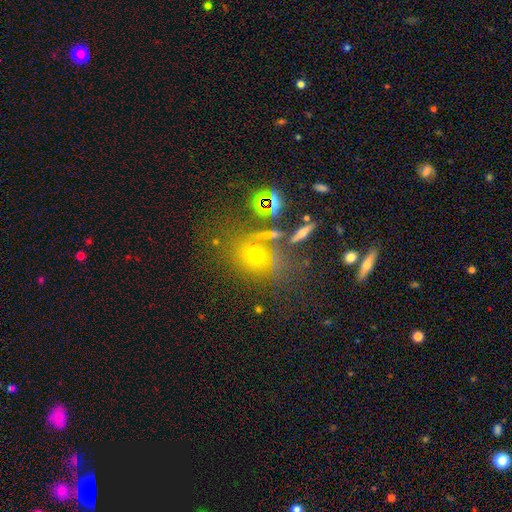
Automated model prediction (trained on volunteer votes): The model was most divided on "smooth or featured": smooth: 43%, star or artifact: 28%, featured or disk: 28%. More confident: merging — none (60%).